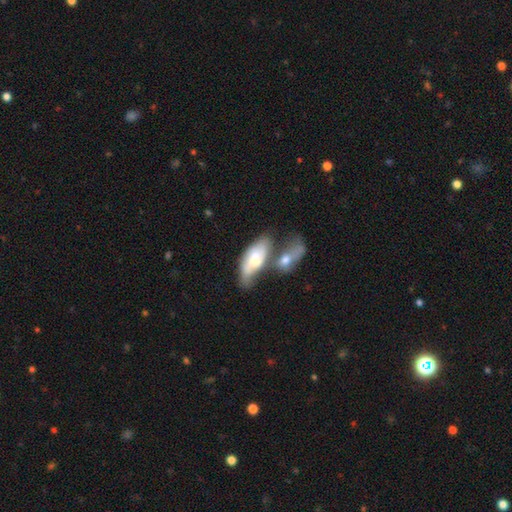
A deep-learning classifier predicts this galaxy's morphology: smooth-or-featured: smooth: 48% | featured or disk: 44% | star or artifact: 9%
  merging: merger: 56% | none: 19% | major disturbance: 13% | minor disturbance: 12%